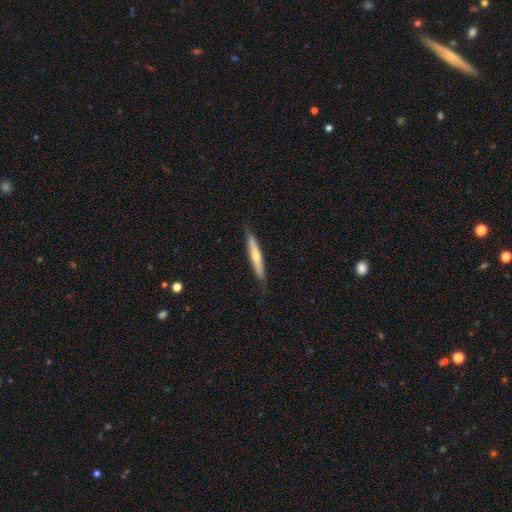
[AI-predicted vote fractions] Smooth or featured?
  - smooth: 50% *
  - featured or disk: 44%
  - star or artifact: 5%
How rounded?
  - cigar-shaped: 91% *
  - in between: 7%
  - round: 1%
Merging?
  - none: 82% *
  - minor disturbance: 15%
  - major disturbance: 2%
  - merger: 1%